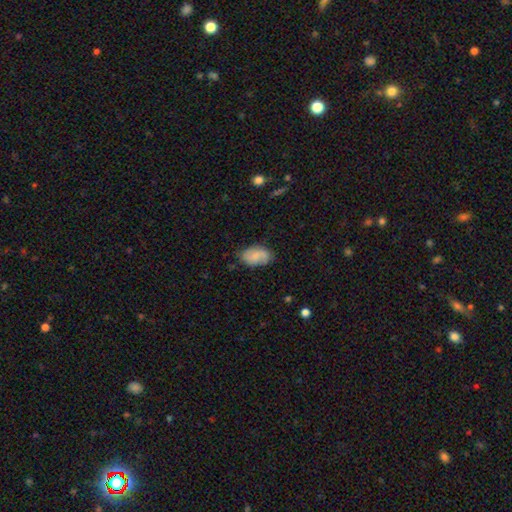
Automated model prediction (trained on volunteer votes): smooth-or-featured: smooth: 65% | featured or disk: 27% | star or artifact: 8%
  how-rounded: in between: 92% | round: 6% | cigar-shaped: 2%
  merging: none: 71% | minor disturbance: 22% | major disturbance: 5% | merger: 2%